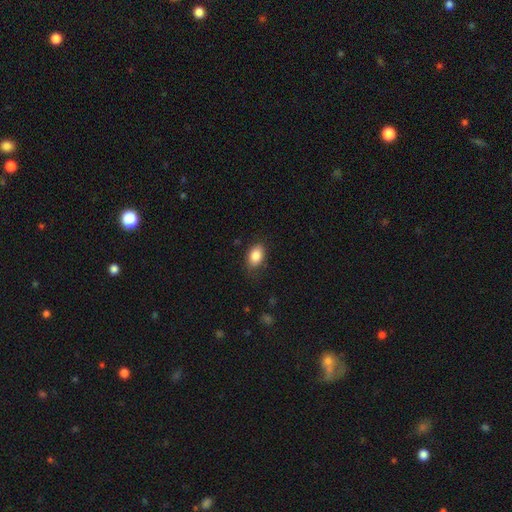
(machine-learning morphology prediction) Overall: smooth (85%). How rounded: in between (87%). Merging: none (80%).